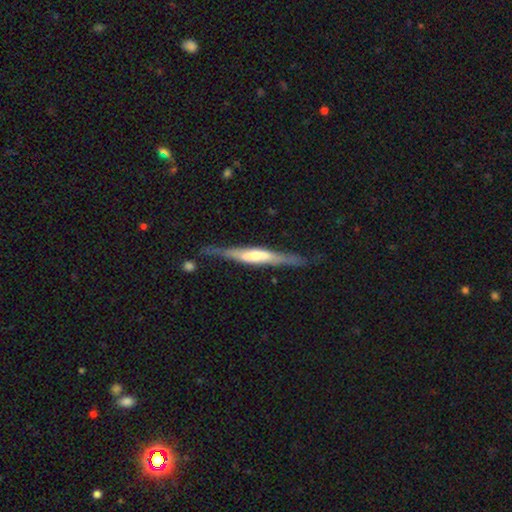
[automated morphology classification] Smooth or featured? Predicted: featured or disk (p=0.66). Edge-on disk? Predicted: yes (p=0.89). Edge-on bulge? Predicted: rounded (p=0.51). Merging? Predicted: none (p=0.68).